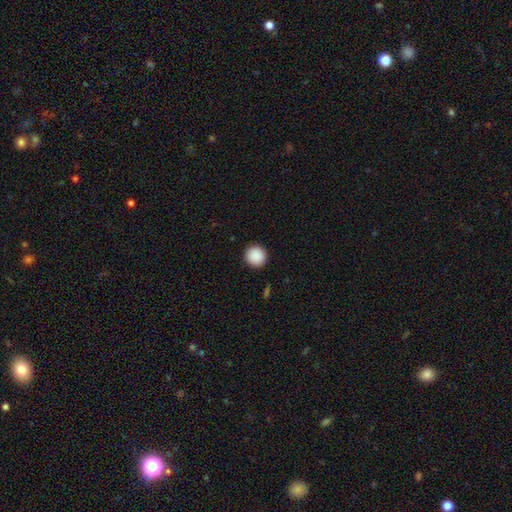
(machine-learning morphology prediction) Smooth or featured? Predicted: smooth (p=0.90). How rounded? Predicted: round (p=0.95). Merging? Predicted: none (p=0.92).